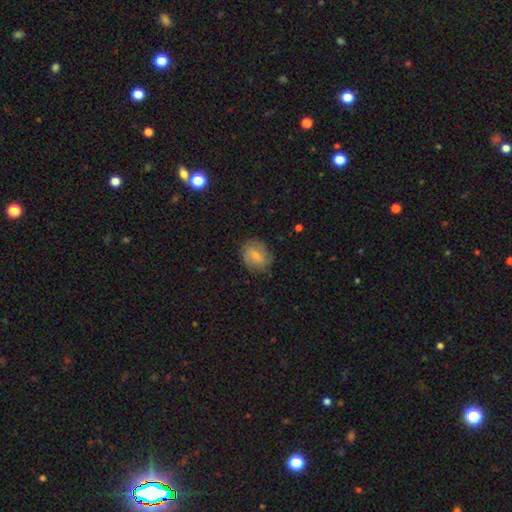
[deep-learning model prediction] smooth-or-featured: smooth: 69% | featured or disk: 23% | star or artifact: 8%
  how-rounded: in between: 57% | round: 41% | cigar-shaped: 2%
  merging: none: 77% | minor disturbance: 17% | major disturbance: 5% | merger: 1%